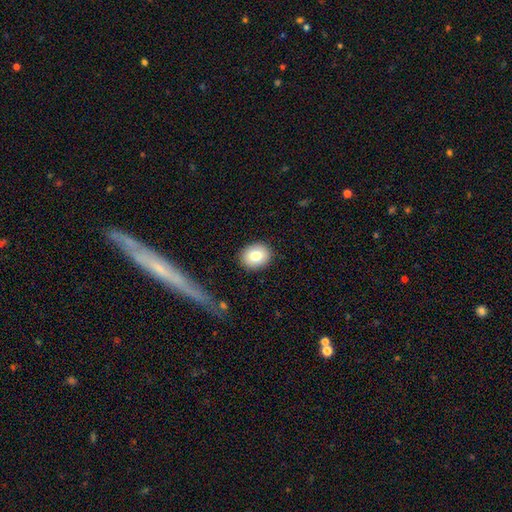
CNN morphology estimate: This appears to be a smooth galaxy with no disk features (80%) that is round (61%). Merging: none (88%).